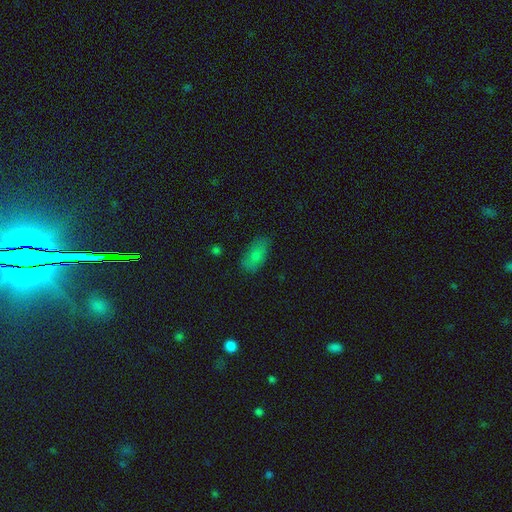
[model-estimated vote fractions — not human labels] smooth_or_featured: smooth (p=0.77) [alt: featured or disk p=0.13]
how_rounded: in between (p=0.91) [alt: round p=0.04]
merging: none (p=0.74) [alt: minor disturbance p=0.19]